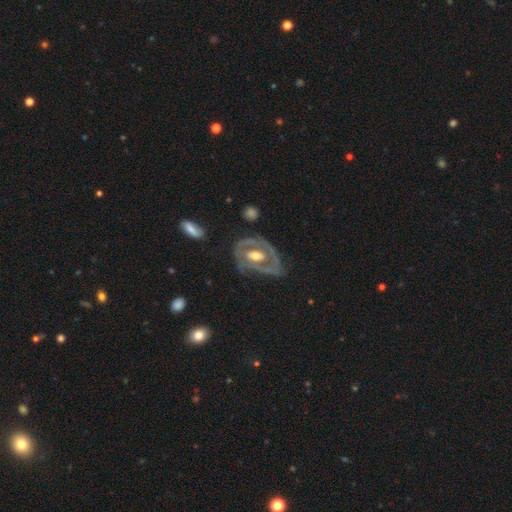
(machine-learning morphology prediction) Smooth or featured? featured or disk (78%)
Edge-on disk? no (95%)
Bar? no (48%)
Spiral arms? yes (58%)
Bulge size? moderate (67%)
Merging? none (60%)